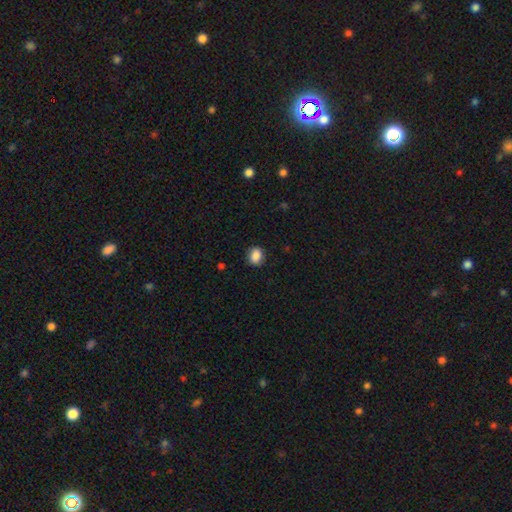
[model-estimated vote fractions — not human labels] Overall: smooth (87%). How rounded: in between (54%; round 45%). Merging: none (85%).